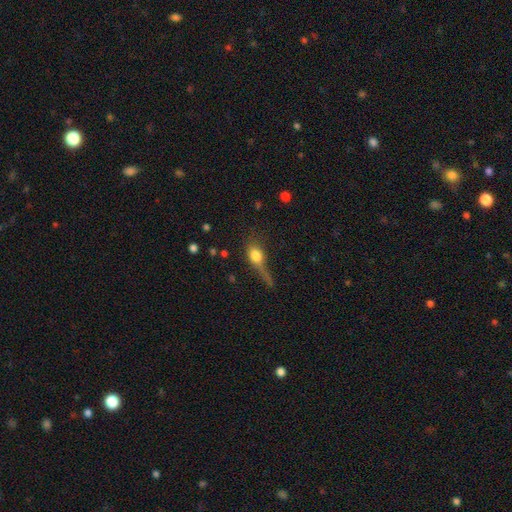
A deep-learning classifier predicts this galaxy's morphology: Smooth or featured? smooth (69%)
How rounded? in between (58%)
Merging? major disturbance (37%)